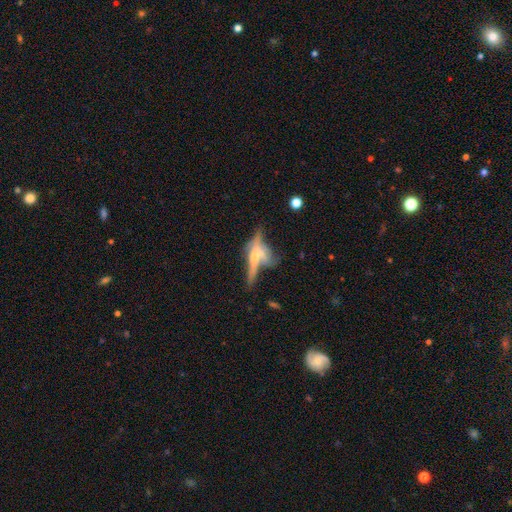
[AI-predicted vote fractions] Smooth or featured? Predicted: featured or disk (p=0.52). Edge-on disk? Predicted: yes (p=0.77). Merging? Predicted: none (p=0.42).